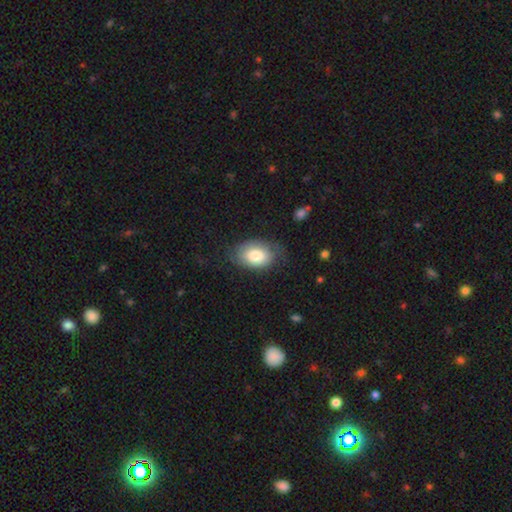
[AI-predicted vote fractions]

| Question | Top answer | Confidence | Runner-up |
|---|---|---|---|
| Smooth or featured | smooth | 71% | featured or disk (22%) |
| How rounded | in between | 86% | round (13%) |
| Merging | none | 62% | minor disturbance (25%) |